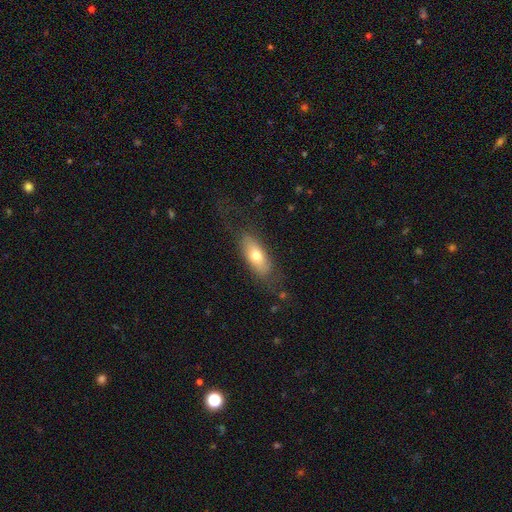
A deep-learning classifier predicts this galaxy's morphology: smooth_or_featured: smooth (p=0.67) [alt: featured or disk p=0.26]
how_rounded: in between (p=0.80) [alt: cigar-shaped p=0.17]
merging: none (p=0.73) [alt: minor disturbance p=0.17]